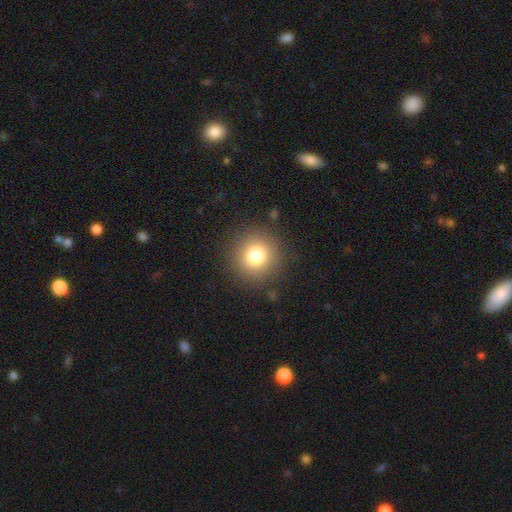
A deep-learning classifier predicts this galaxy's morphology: This is likely a smooth galaxy (78%). How rounded: clearly round (95%). Merging: clearly none (89%).